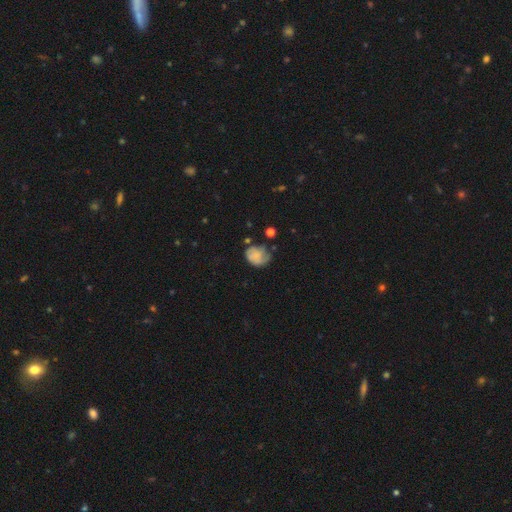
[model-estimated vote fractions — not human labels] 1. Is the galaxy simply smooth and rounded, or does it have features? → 59% smooth, 32% featured or disk, 9% star or artifact.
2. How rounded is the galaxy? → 52% round, 47% in between, 1% cigar-shaped.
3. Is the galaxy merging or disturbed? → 42% none, 34% minor disturbance, 18% major disturbance, 6% merger.